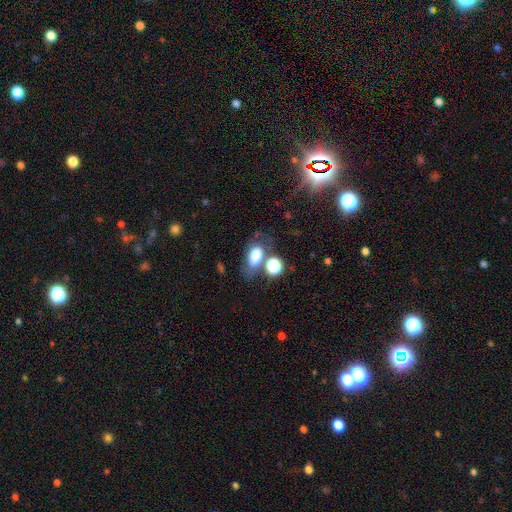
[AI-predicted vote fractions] Smooth or featured? smooth (74%)
How rounded? in between (84%)
Merging? none (48%)